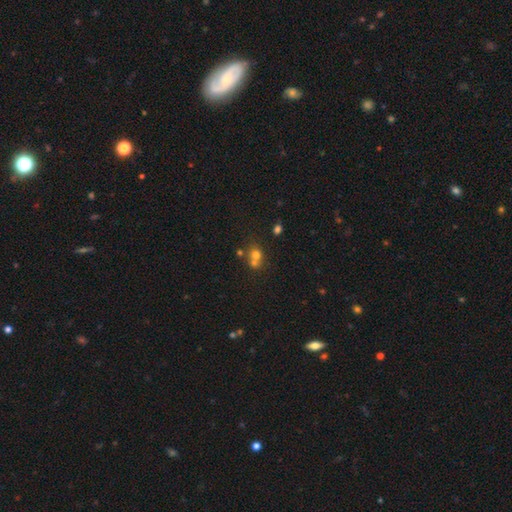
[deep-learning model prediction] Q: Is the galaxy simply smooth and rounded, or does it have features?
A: smooth — 65%.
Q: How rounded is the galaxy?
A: round — 78%.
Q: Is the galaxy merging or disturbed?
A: merger — 48%.